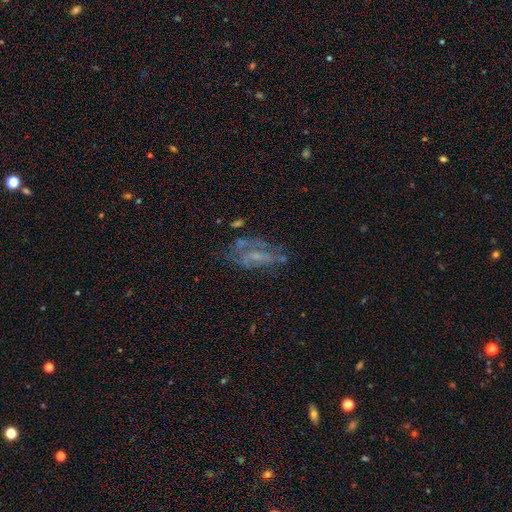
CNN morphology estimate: This is possibly a featured or disk galaxy (59%). It is clearly not viewed edge-on (90%). Bar: possibly no (59%). Spiral arm pattern: possibly no (53%). Central bulge: possibly none (52%). Merging: marginally none (42%).